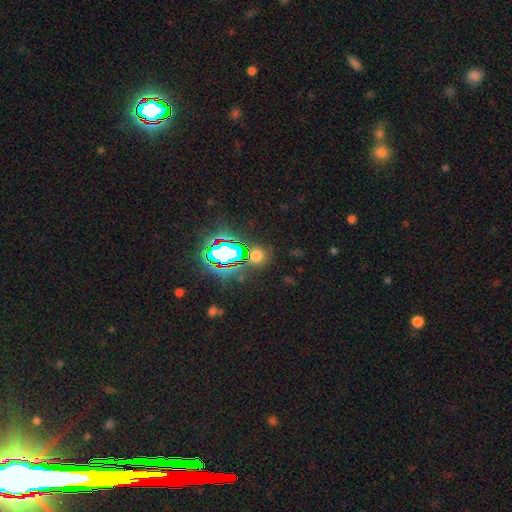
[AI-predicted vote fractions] Overall: star or artifact (52%; smooth 40%).